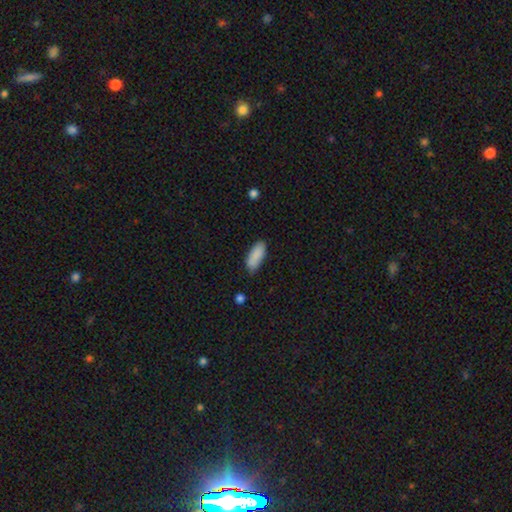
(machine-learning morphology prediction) smooth_or_featured: smooth (p=0.89) [alt: star or artifact p=0.06]
how_rounded: in between (p=0.80) [alt: cigar-shaped p=0.18]
merging: none (p=0.81) [alt: minor disturbance p=0.15]